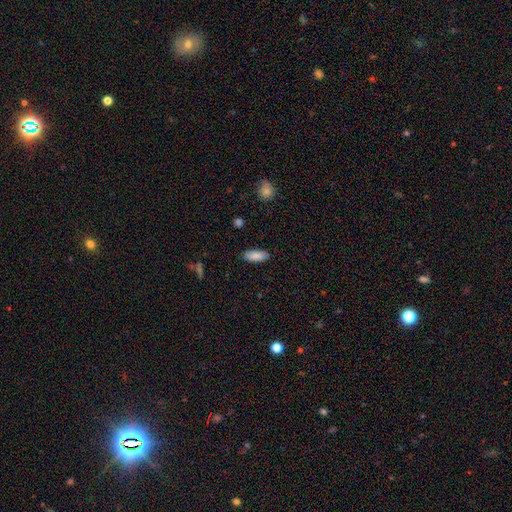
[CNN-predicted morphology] This appears to be a smooth galaxy with no disk features (88%) that is in between round and cigar-shaped (78%). Merging: none (88%).